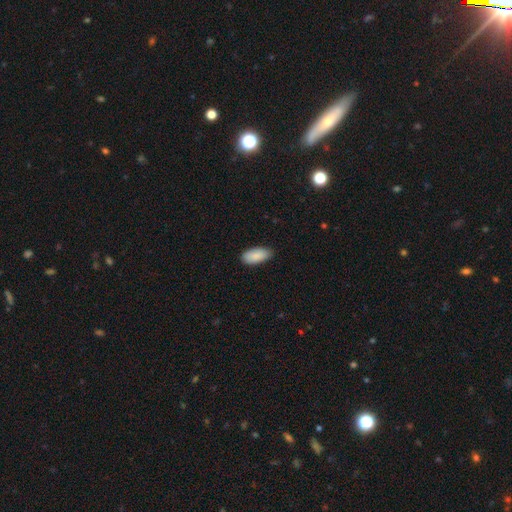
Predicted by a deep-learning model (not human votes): A smooth galaxy with no disk features (90%) that is in between round and cigar-shaped (91%). Merging: none (84%).